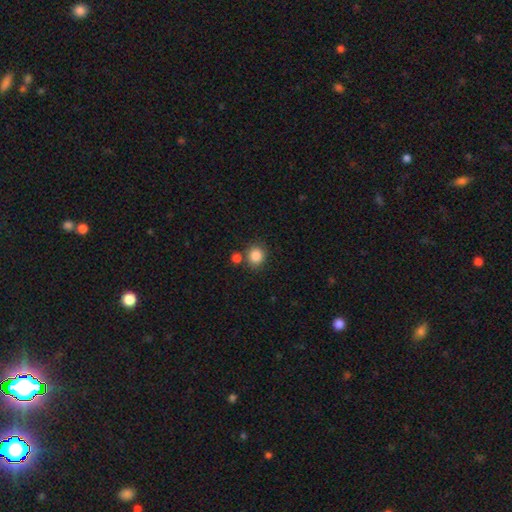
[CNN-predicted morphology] smooth 86%, star or artifact 10%, featured or disk 4%. Down the decision tree: how rounded — round (84%); merging — none (76%).